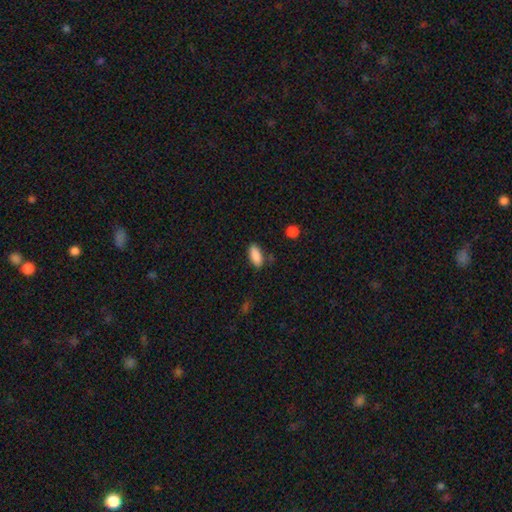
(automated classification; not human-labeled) smooth 89%, star or artifact 7%, featured or disk 4%. Down the decision tree: how rounded — in between (83%); merging — none (82%).